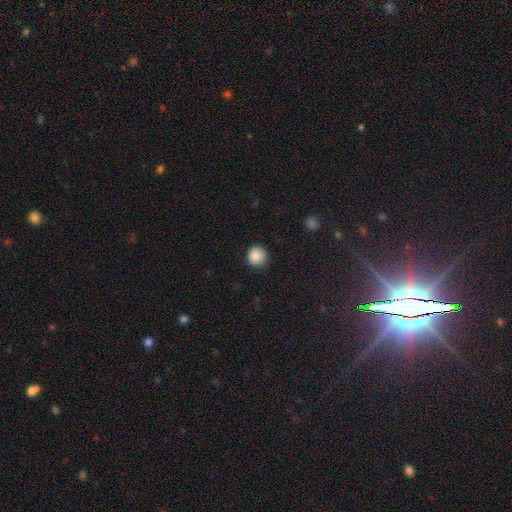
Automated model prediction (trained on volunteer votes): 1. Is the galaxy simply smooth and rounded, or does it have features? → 88% smooth, 9% star or artifact, 4% featured or disk.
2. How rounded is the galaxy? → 93% round, 6% in between, 1% cigar-shaped.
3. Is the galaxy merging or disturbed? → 89% none, 8% minor disturbance, 2% major disturbance, 1% merger.